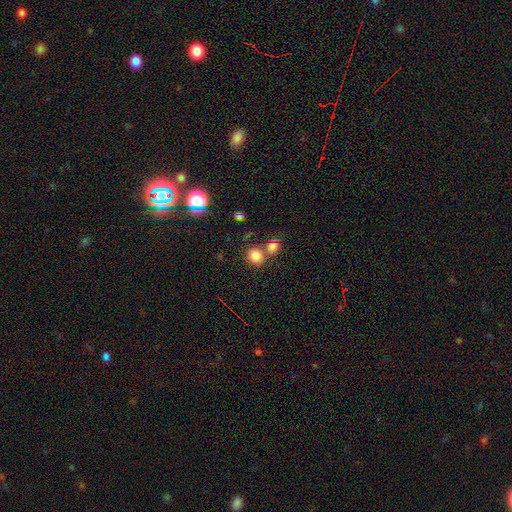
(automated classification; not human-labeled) The model was most divided on "merging": none: 56%, merger: 31%, minor disturbance: 9%, major disturbance: 4%. More confident: smooth or featured — smooth (81%); how rounded — round (74%).